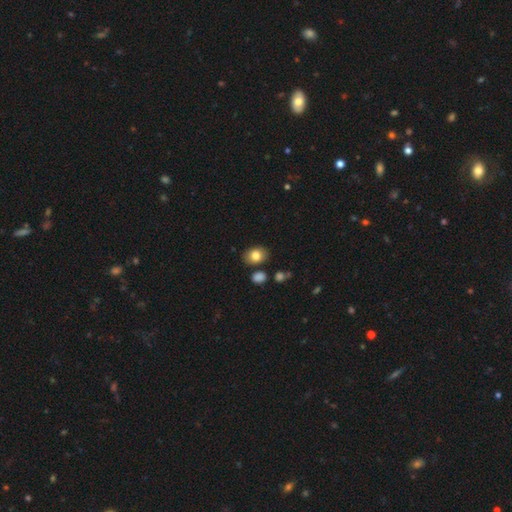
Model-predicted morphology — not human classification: Overall: smooth (82%). How rounded: in between (67%; round 32%). Merging: none (81%).